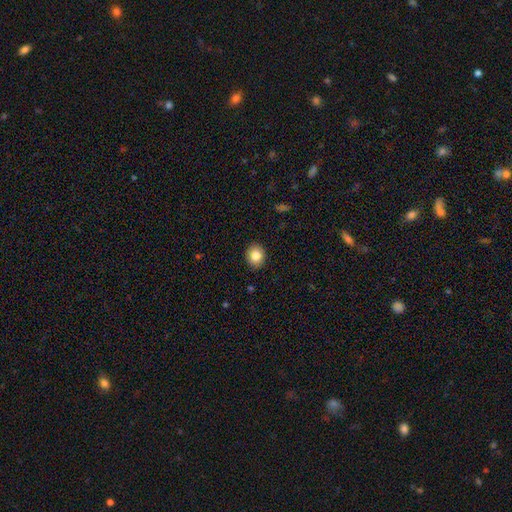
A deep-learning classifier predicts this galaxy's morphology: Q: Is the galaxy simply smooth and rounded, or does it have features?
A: smooth — 83%.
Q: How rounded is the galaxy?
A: round — 63%.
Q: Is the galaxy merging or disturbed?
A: none — 90%.